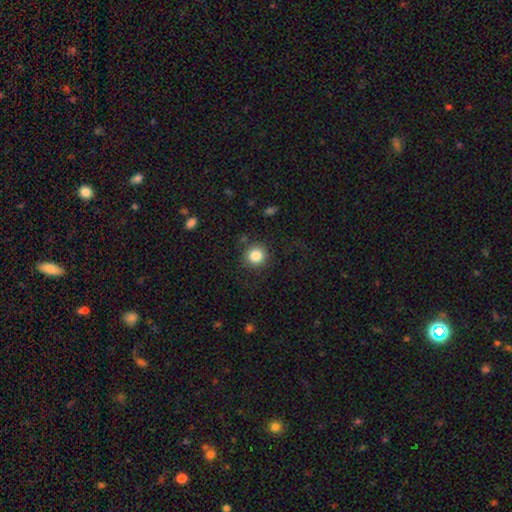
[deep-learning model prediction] smooth-or-featured: smooth: 85% | star or artifact: 10% | featured or disk: 5%
  how-rounded: round: 91% | in between: 8% | cigar-shaped: 1%
  merging: none: 85% | minor disturbance: 9% | major disturbance: 4% | merger: 2%